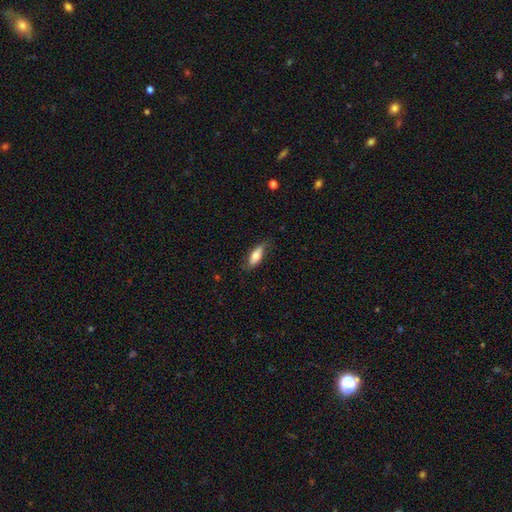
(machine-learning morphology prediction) A smooth galaxy with no disk features (75%) that is in between round and cigar-shaped (70%).

Vote fractions:
- Smooth or featured? smooth: 75% / featured or disk: 19% / star or artifact: 6%
- How rounded? in between: 70% / cigar-shaped: 27% / round: 2%
- Merging? none: 75% / minor disturbance: 20% / major disturbance: 4% / merger: 1%